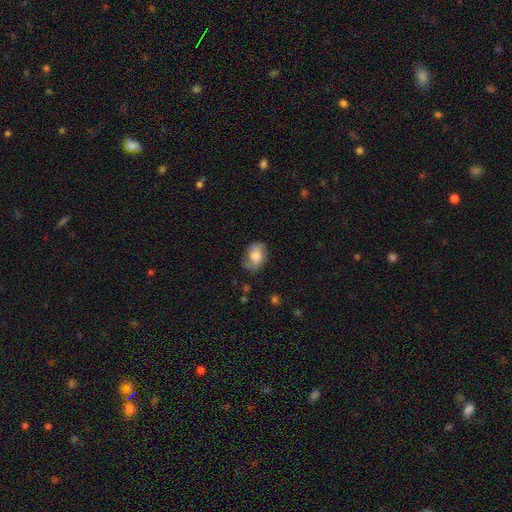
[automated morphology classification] A smooth galaxy with no disk features (62%) that is in between round and cigar-shaped (78%). Merging: none (60%).